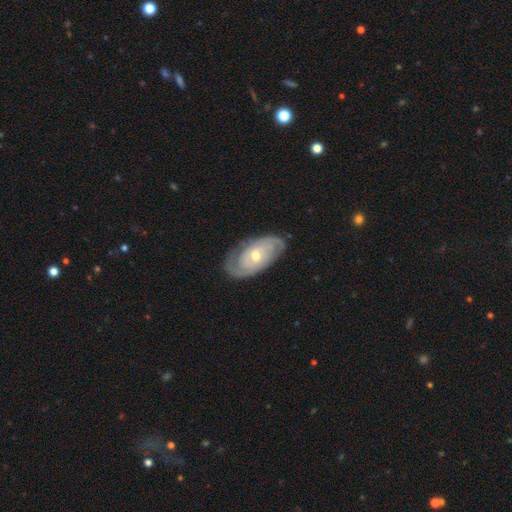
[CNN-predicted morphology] This appears to be a featured or disk galaxy (82%) with no bar (69%), 2 (61%) tight (68%) spiral arms (91%) and a moderate central bulge (64%). Merging: none (78%).